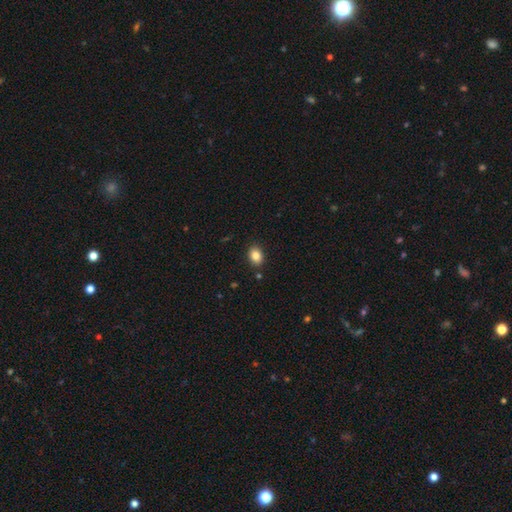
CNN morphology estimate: smooth 85%, star or artifact 9%, featured or disk 5%. Down the decision tree: how rounded — in between (66%); merging — none (88%).